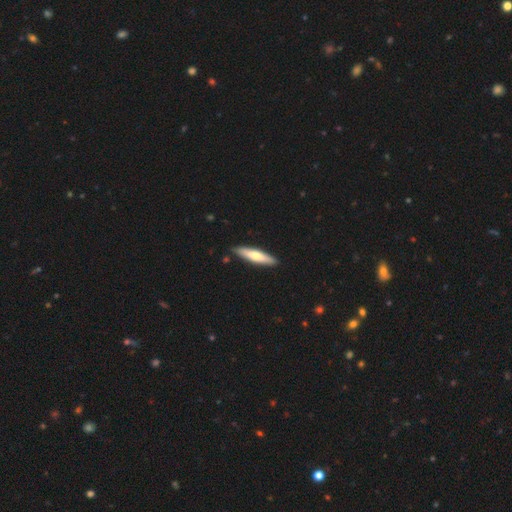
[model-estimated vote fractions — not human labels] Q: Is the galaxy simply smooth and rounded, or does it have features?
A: smooth — 55%.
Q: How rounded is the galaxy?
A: cigar-shaped — 81%.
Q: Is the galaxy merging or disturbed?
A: none — 89%.